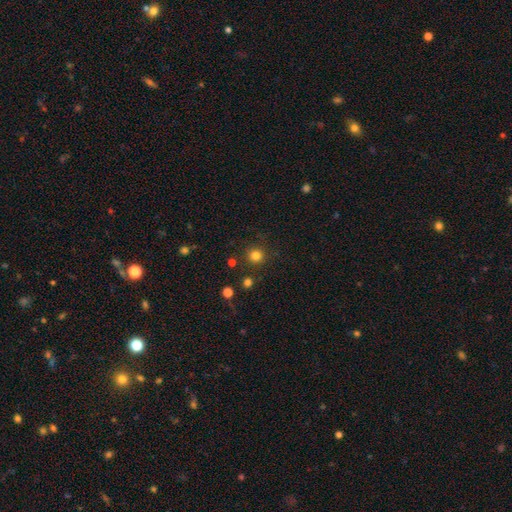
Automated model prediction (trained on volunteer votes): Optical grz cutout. It shows a smooth galaxy with no disk features (81%) that is round (95%). Merging: none (89%).